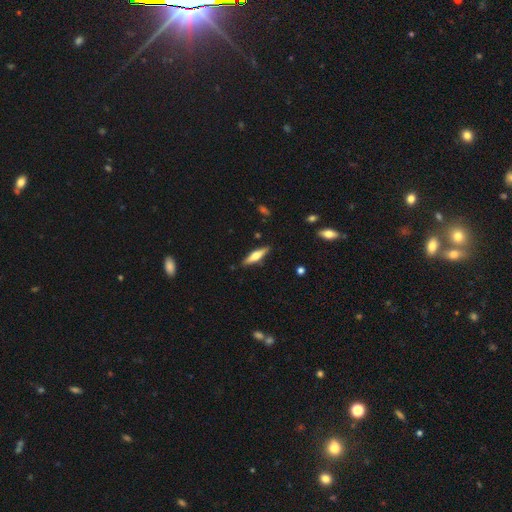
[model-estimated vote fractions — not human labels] Smooth or featured? Predicted: featured or disk (p=0.51). Edge-on disk? Predicted: yes (p=0.94). Merging? Predicted: none (p=0.88).